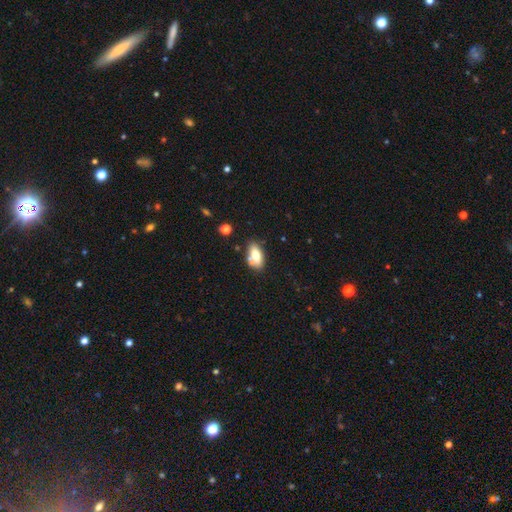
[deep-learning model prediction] smooth 68%, featured or disk 24%, star or artifact 8%. Down the decision tree: how rounded — in between (88%); merging — none (58%).